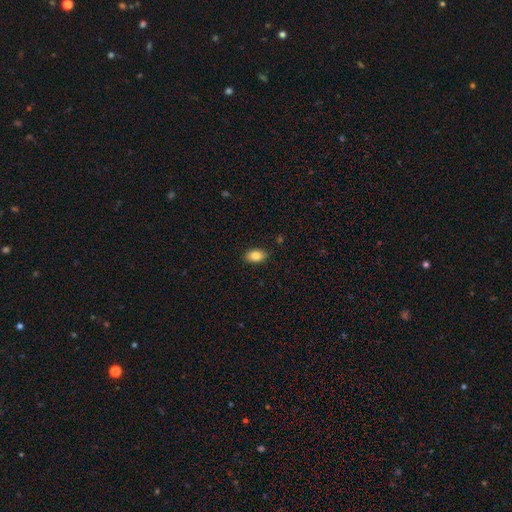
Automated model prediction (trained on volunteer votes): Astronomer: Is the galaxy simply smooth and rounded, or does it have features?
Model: smooth — 84%.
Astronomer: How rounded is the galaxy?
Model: in between — 89%.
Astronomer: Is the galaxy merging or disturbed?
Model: none — 88%.